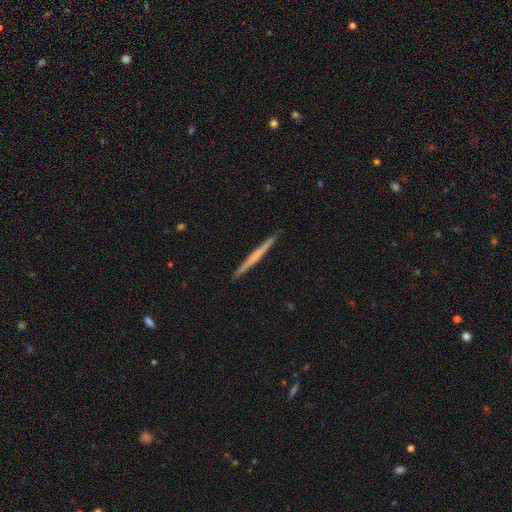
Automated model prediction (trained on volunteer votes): Morphology: type=featured or disk (52%); edge-on=yes (98%); edge-on bulge=none (73%); merging=none (93%).